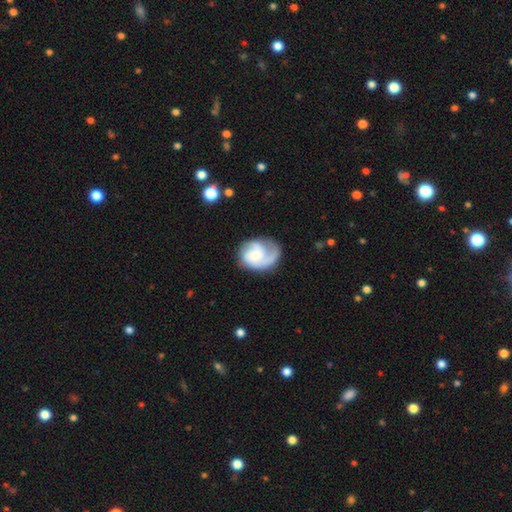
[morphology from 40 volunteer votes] featured or disk 80%, smooth 20%, star or artifact 0%. Down the decision tree: edge-on disk — no (97%); bar — no (77%); spiral arms — yes (90%); spiral arm count — 2 (57%); spiral winding — medium (57%); bulge size — small (55%); merging — none (60%).